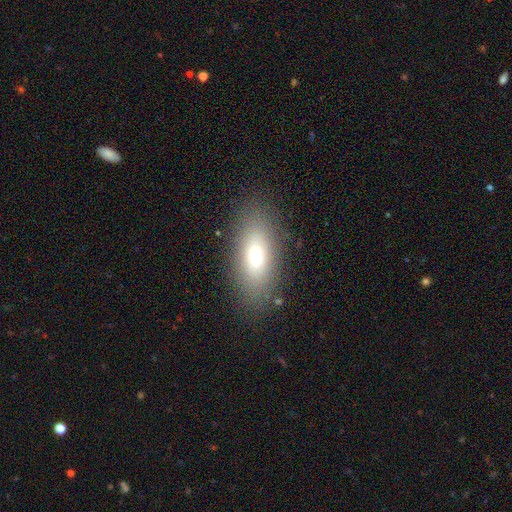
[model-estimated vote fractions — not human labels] Morphology: type=smooth (71%); roundness=in between (80%); merging=none (87%).